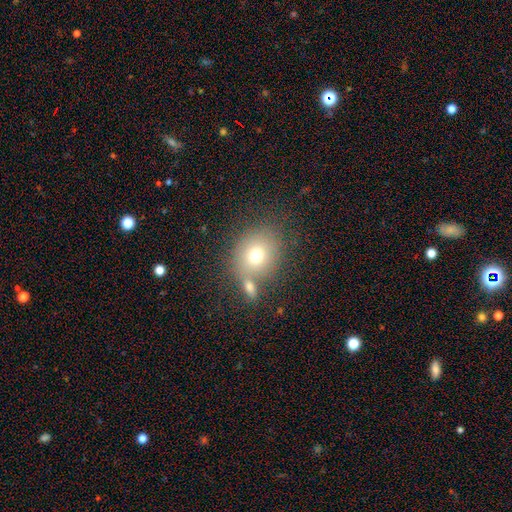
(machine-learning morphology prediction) Smooth or featured?
  - smooth: 70% *
  - featured or disk: 17%
  - star or artifact: 13%
How rounded?
  - round: 62% *
  - in between: 37%
  - cigar-shaped: 1%
Merging?
  - none: 55% *
  - merger: 26%
  - minor disturbance: 13%
  - major disturbance: 6%